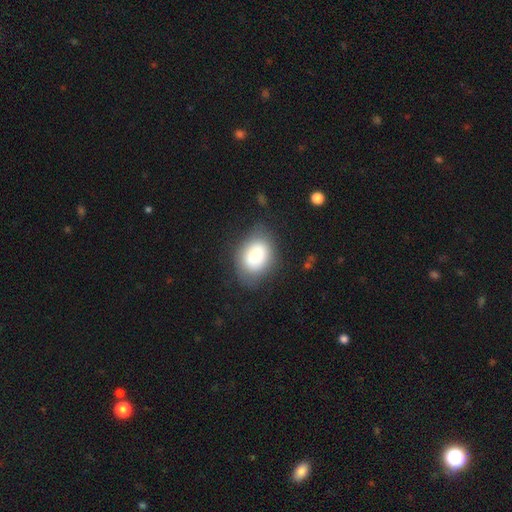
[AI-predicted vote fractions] This appears to be a smooth galaxy with no disk features (82%) that is in between round and cigar-shaped (72%). Merging: none (69%).